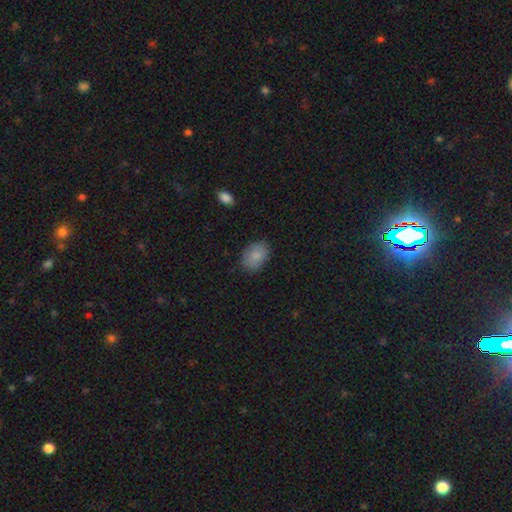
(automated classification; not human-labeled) This appears to be a smooth galaxy with no disk features (85%) that is in between round and cigar-shaped (76%). Merging: none (80%).